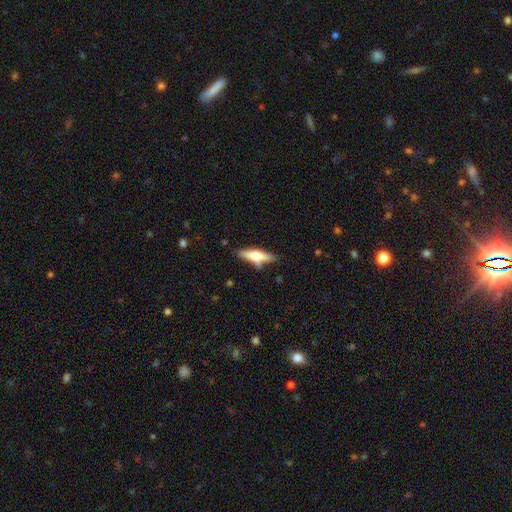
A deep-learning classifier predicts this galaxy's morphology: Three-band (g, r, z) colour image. It shows a smooth galaxy with no disk features (54%) that is cigar-shaped (70%). Merging: none (71%).